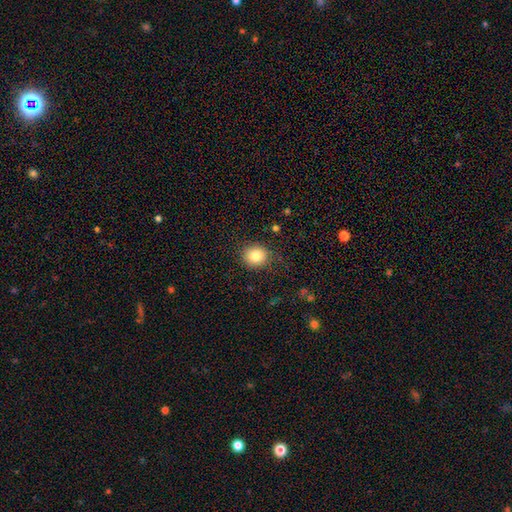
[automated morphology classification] Q: Smooth or featured?
A: smooth (83%); runner-up: star or artifact (10%)
Q: How rounded?
A: round (82%); runner-up: in between (17%)
Q: Merging?
A: none (86%); runner-up: minor disturbance (10%)